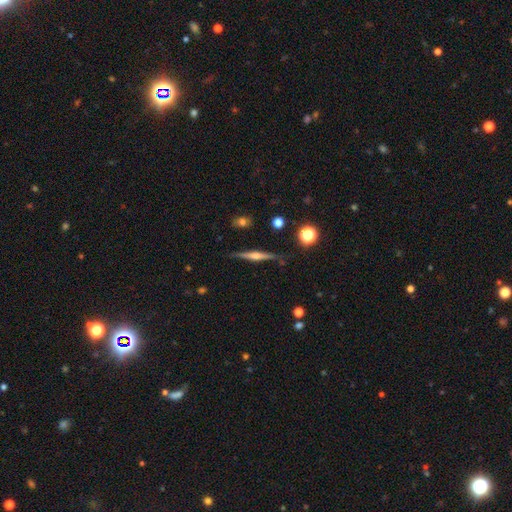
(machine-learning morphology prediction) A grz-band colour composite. It shows a featured or disk galaxy (71%) viewed edge-on (97%) with a rounded central bulge (80%). Merging: none (86%).